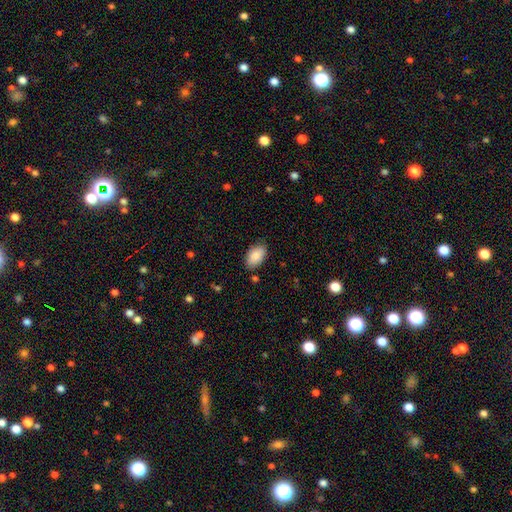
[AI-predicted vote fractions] A smooth galaxy with no disk features (89%) that is in between round and cigar-shaped (94%).

Vote fractions:
- Smooth or featured? smooth: 89% / star or artifact: 6% / featured or disk: 5%
- How rounded? in between: 94% / round: 4% / cigar-shaped: 2%
- Merging? none: 81% / minor disturbance: 14% / major disturbance: 3% / merger: 2%